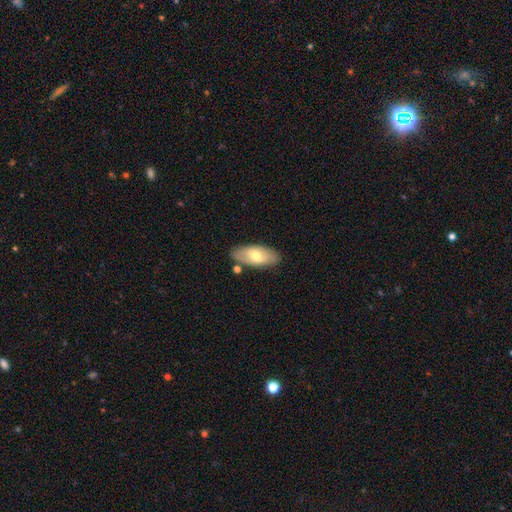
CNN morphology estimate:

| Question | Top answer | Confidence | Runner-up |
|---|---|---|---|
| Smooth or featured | smooth | 61% | featured or disk (34%) |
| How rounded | in between | 87% | cigar-shaped (11%) |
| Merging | none | 80% | minor disturbance (13%) |